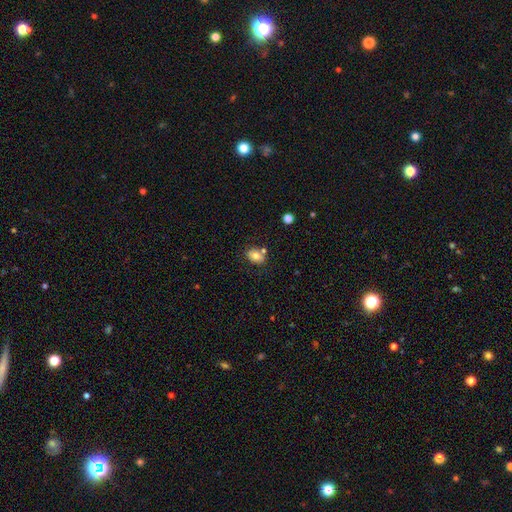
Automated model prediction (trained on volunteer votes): Smooth or featured? smooth (76%)
How rounded? in between (70%)
Merging? none (68%)